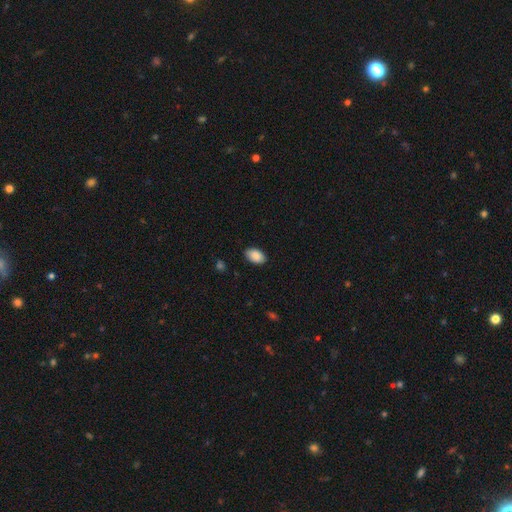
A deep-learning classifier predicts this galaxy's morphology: Smooth or featured: smooth — 89% (star or artifact — 7%)
How rounded: in between — 93% (round — 6%)
Merging: none — 86% (minor disturbance — 11%)